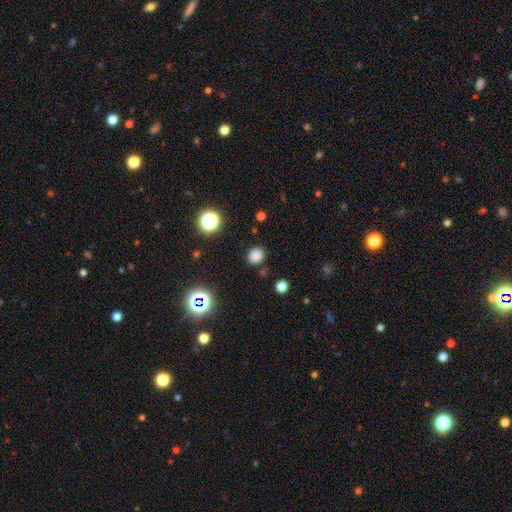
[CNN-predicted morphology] A smooth galaxy with no disk features (80%) that is round (75%). Merging: none (86%).